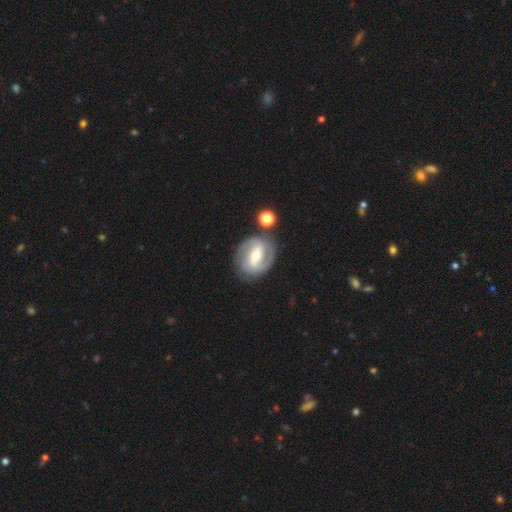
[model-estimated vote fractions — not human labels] Smooth or featured? featured or disk (78%)
Edge-on disk? no (96%)
Bar? strong (48%)
Spiral arms? yes (87%)
Spiral winding? medium (45%)
Spiral arm count? 2 (85%)
Bulge size? moderate (56%)
Merging? none (77%)